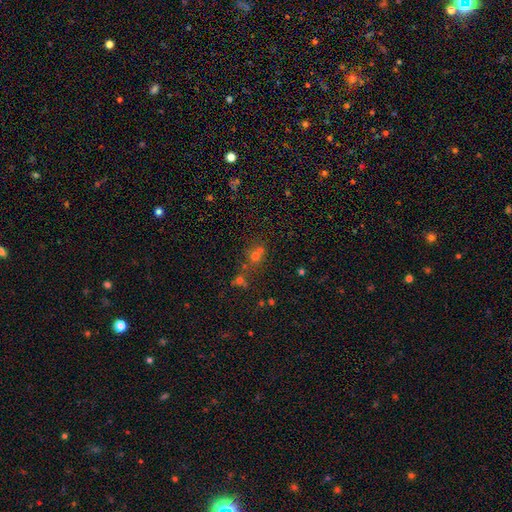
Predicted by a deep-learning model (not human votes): The model was most divided on "merging": none: 50%, merger: 37%, minor disturbance: 9%, major disturbance: 5%. More confident: how rounded — round (79%); smooth or featured — smooth (53%).